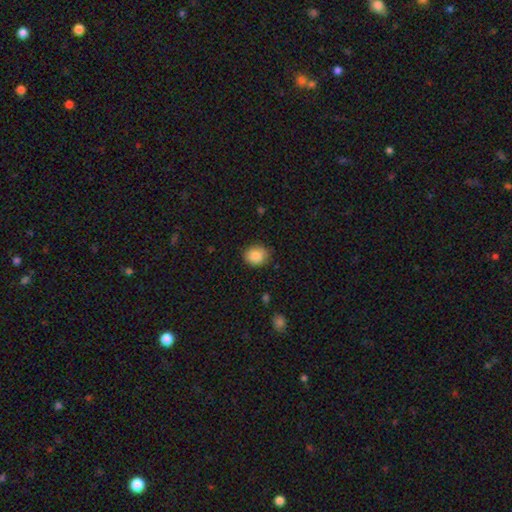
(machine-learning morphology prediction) This appears to be a smooth galaxy with no disk features (88%) that is round (69%). Merging: none (84%).